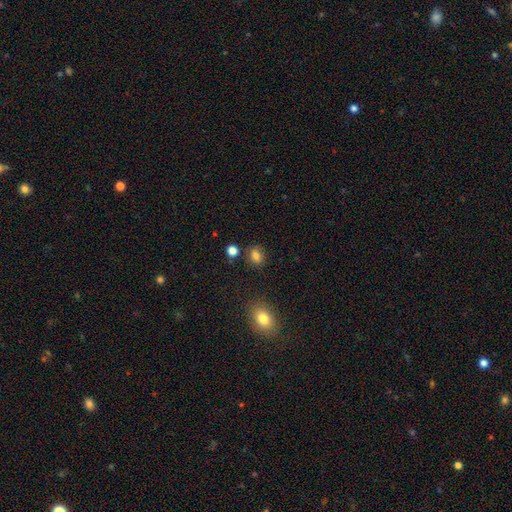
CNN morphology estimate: Smooth or featured? smooth (82%)
How rounded? in between (50%)
Merging? none (80%)